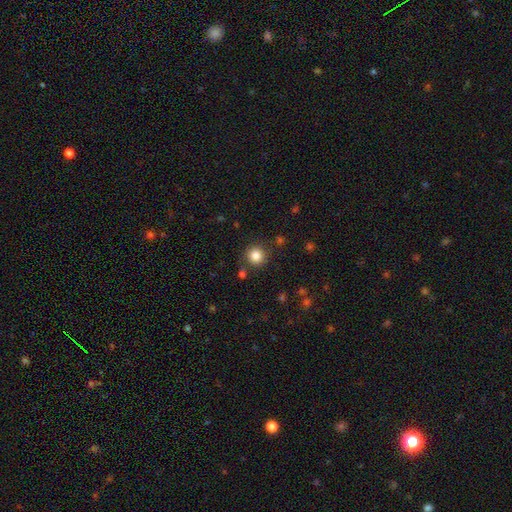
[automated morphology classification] This appears to be a smooth galaxy with no disk features (84%) that is round (94%). Merging: none (86%).